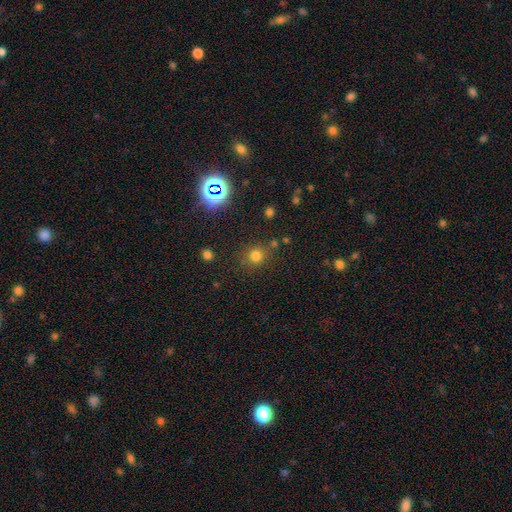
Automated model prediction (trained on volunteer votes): This appears to be a smooth galaxy with no disk features (73%) that is round (85%). Merging: none (77%).